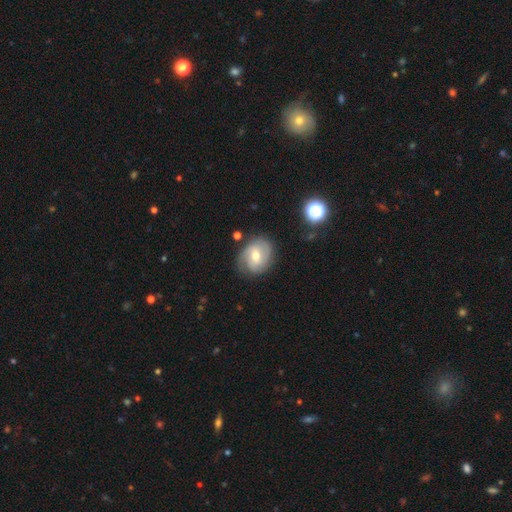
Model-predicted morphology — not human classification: Overall: featured or disk (58%; smooth 34%). Edge-on disk: no (96%). Bar: weak (46%; no 40%). Spiral arms: yes (81%). Bulge size: moderate (66%; small 29%). Merging: none (71%).